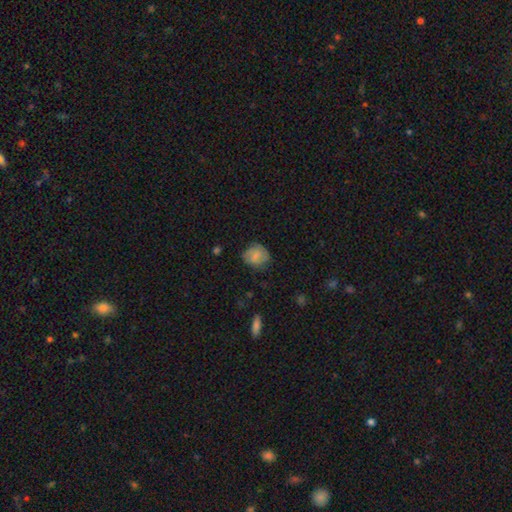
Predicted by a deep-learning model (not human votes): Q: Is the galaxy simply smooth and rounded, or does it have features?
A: smooth — 69%.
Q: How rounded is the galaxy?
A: round — 55%.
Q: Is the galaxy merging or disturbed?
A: none — 66%.